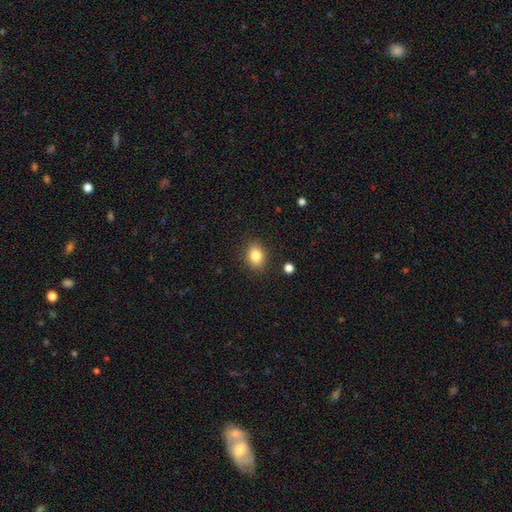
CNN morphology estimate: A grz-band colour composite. It shows a smooth galaxy with no disk features (84%) that is in between round and cigar-shaped (64%). Merging: none (86%).